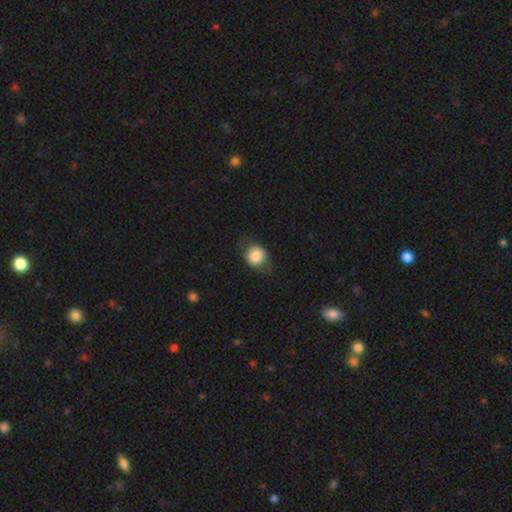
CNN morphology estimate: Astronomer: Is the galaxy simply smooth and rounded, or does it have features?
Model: smooth — 77%.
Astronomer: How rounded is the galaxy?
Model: round — 60% (runner-up: in between, 38%).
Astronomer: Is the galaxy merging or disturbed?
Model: none — 70%.